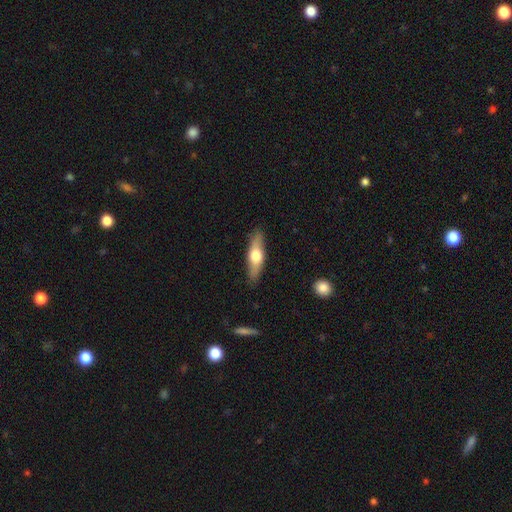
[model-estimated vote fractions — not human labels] smooth_or_featured: smooth (p=0.50) [alt: featured or disk p=0.45]
merging: none (p=0.87) [alt: minor disturbance p=0.10]